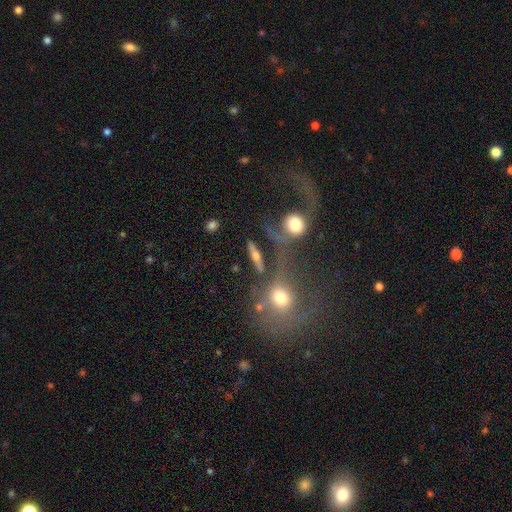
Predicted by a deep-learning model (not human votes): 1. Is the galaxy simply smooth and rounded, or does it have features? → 46% smooth, 43% featured or disk, 12% star or artifact.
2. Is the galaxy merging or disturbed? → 63% none, 16% merger, 12% minor disturbance, 9% major disturbance.